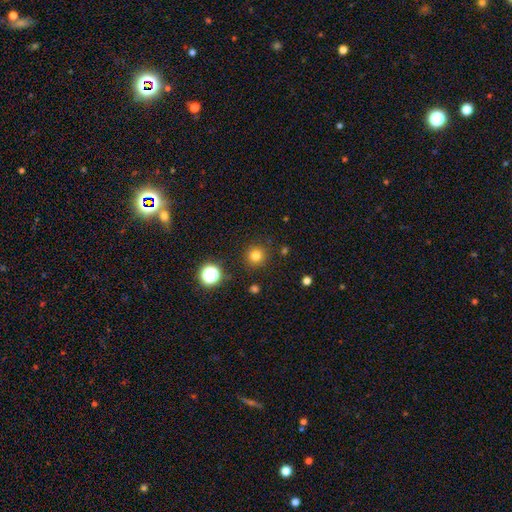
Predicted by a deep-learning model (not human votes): Smooth or featured: smooth — 79% (star or artifact — 15%)
How rounded: round — 95% (in between — 4%)
Merging: none — 89% (minor disturbance — 7%)